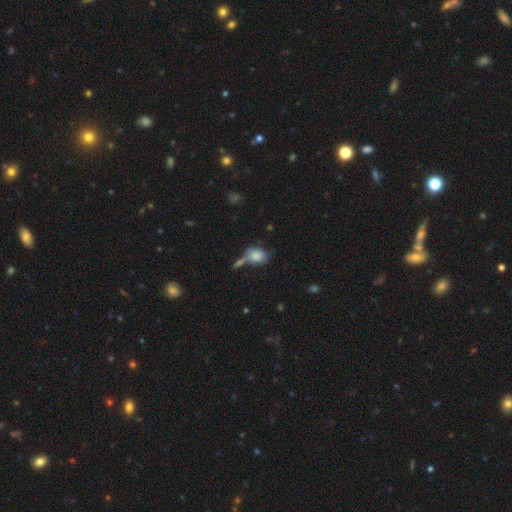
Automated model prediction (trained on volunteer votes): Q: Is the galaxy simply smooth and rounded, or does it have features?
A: smooth — 80%.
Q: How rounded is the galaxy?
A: in between — 64%.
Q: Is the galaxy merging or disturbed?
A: none — 41%.